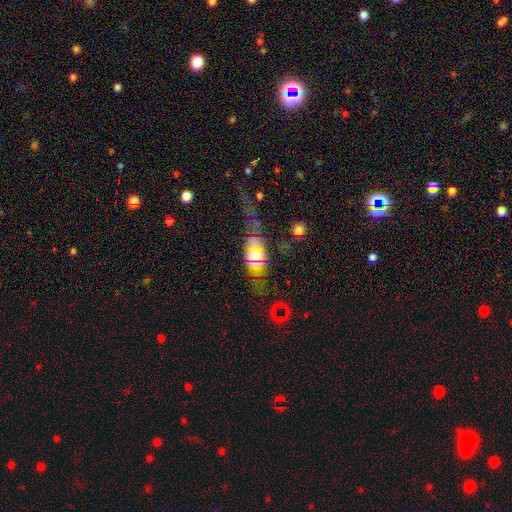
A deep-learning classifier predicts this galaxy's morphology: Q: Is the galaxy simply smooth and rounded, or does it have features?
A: smooth — 37%.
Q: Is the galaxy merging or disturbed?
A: none — 64%.